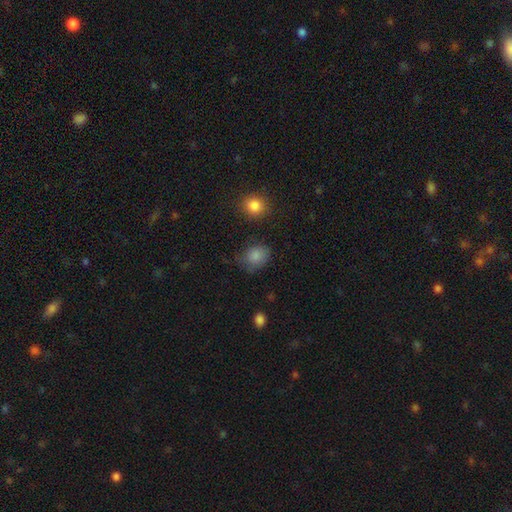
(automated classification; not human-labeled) Smooth or featured? smooth (84%)
How rounded? round (52%)
Merging? none (64%)